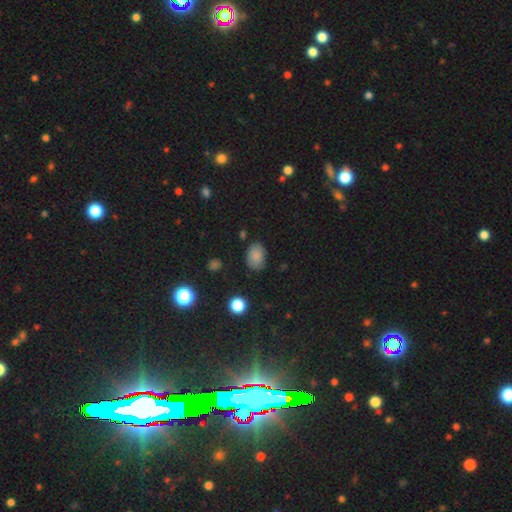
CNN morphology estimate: Smooth or featured? smooth (83%)
How rounded? in between (75%)
Merging? none (77%)